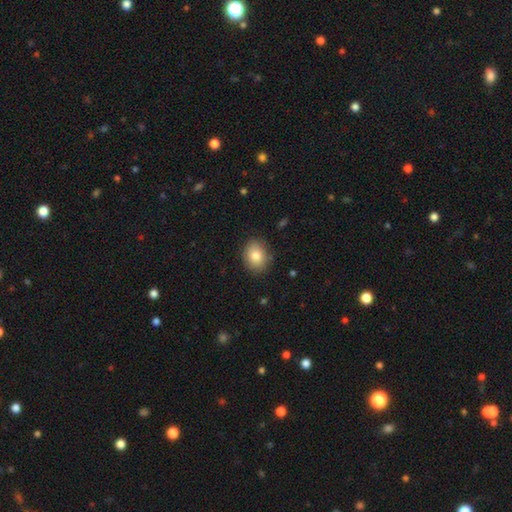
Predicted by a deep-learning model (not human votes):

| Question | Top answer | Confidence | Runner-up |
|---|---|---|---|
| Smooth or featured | smooth | 82% | featured or disk (10%) |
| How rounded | in between | 63% | round (36%) |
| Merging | none | 86% | minor disturbance (10%) |